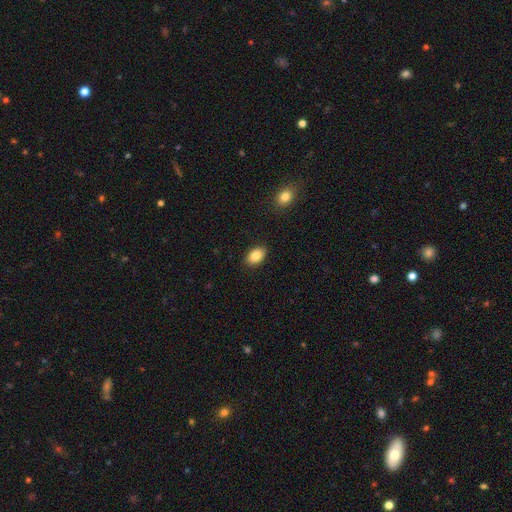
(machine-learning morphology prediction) smooth 85%, star or artifact 8%, featured or disk 7%. Down the decision tree: how rounded — in between (89%); merging — none (89%).